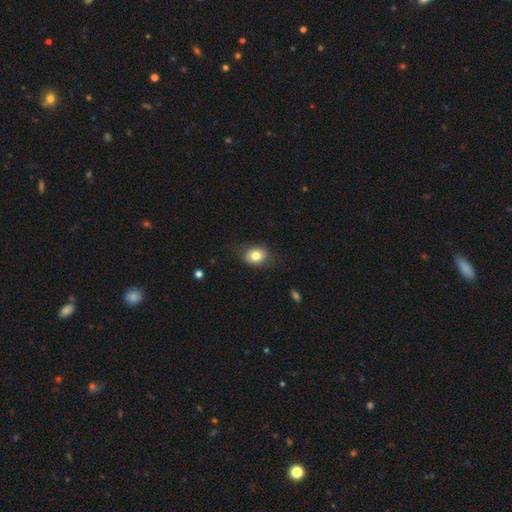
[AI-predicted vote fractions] Morphology: type=smooth (79%); roundness=in between (60%); merging=none (75%).